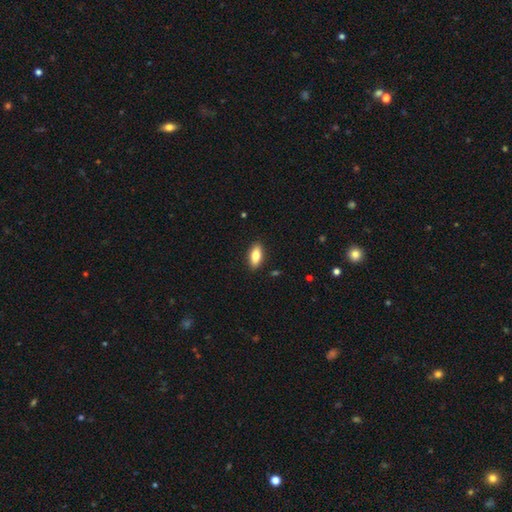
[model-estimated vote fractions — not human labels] Smooth or featured? smooth (80%)
How rounded? in between (85%)
Merging? none (89%)